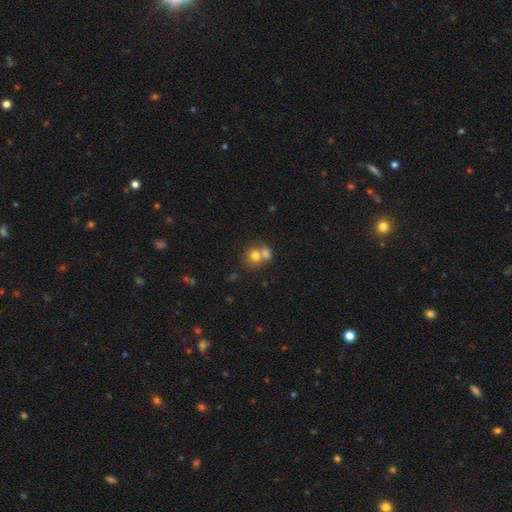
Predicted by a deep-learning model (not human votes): Overall: smooth (74%). How rounded: round (75%). Merging: merger (57%; none 32%).